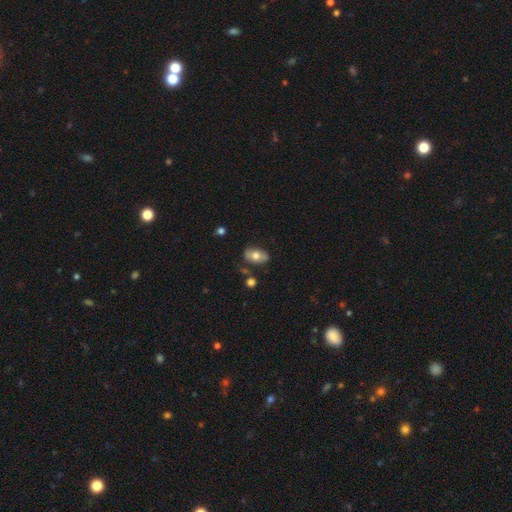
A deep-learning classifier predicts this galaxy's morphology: A smooth galaxy with no disk features (64%) that is in between round and cigar-shaped (89%). Merging: none (71%).